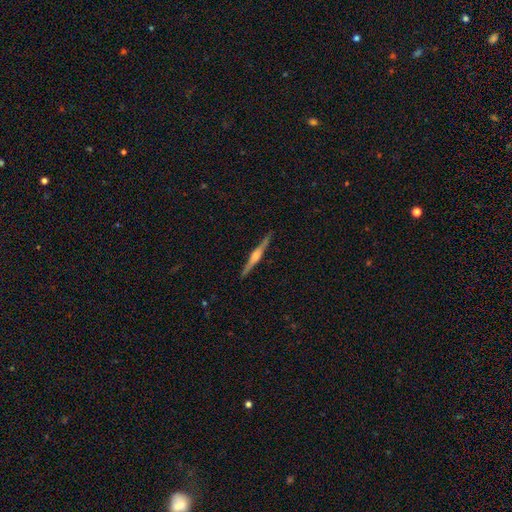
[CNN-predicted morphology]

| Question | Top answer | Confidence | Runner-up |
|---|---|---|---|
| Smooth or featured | featured or disk | 81% | smooth (14%) |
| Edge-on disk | yes | 98% | no (2%) |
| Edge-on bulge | rounded | 81% | boxy (14%) |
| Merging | none | 91% | minor disturbance (7%) |